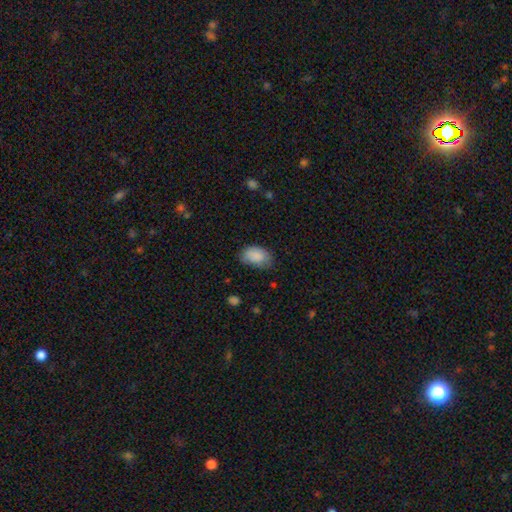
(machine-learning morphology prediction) Q: Smooth or featured?
A: smooth (87%); runner-up: star or artifact (7%)
Q: How rounded?
A: in between (88%); runner-up: round (11%)
Q: Merging?
A: none (63%); runner-up: minor disturbance (29%)